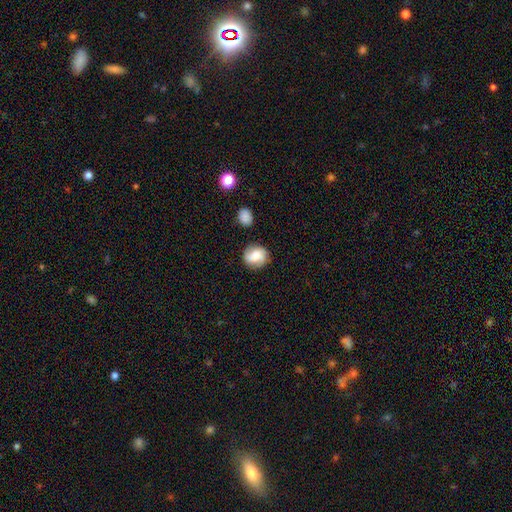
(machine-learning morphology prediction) smooth-or-featured: featured or disk: 50% | smooth: 41% | star or artifact: 9%
  disk-edge-on: no: 97% | yes: 3%
  merging: none: 79% | minor disturbance: 13% | major disturbance: 4% | merger: 3%